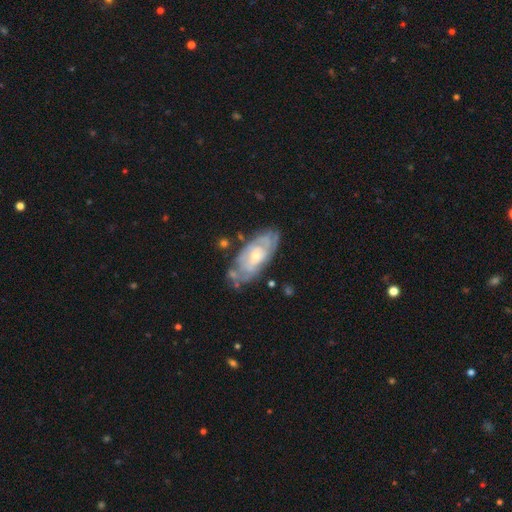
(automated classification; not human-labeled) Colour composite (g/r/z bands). It shows a featured or disk galaxy (77%) with no bar (73%), tight (71%) spiral arms (85%) and a small central bulge (59%). Merging: none (66%).